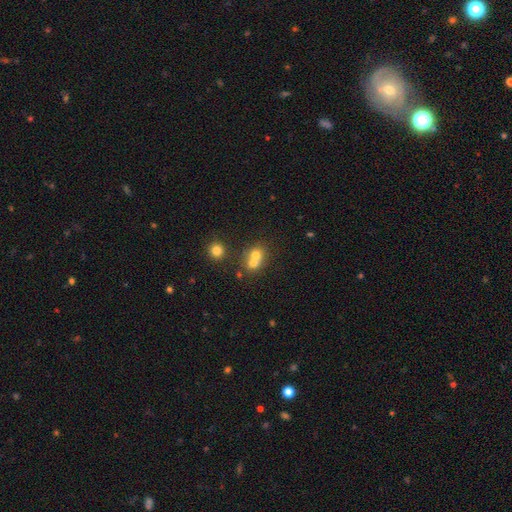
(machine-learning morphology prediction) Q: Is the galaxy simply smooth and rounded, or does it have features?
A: smooth — 69%.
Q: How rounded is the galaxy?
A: round — 75%.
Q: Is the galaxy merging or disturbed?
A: merger — 59%.